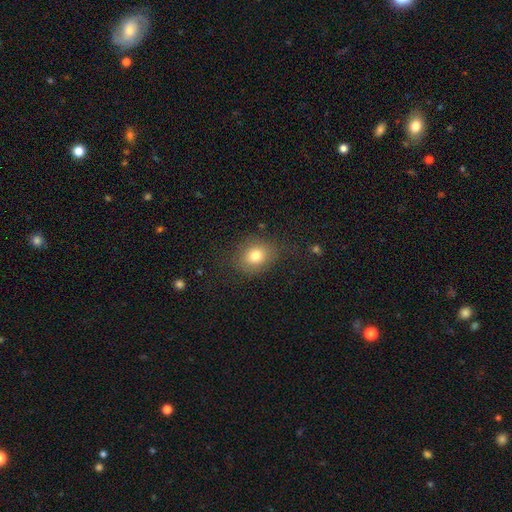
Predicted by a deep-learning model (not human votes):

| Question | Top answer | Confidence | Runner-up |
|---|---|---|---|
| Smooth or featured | smooth | 78% | star or artifact (11%) |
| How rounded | round | 56% | in between (43%) |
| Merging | none | 78% | minor disturbance (14%) |